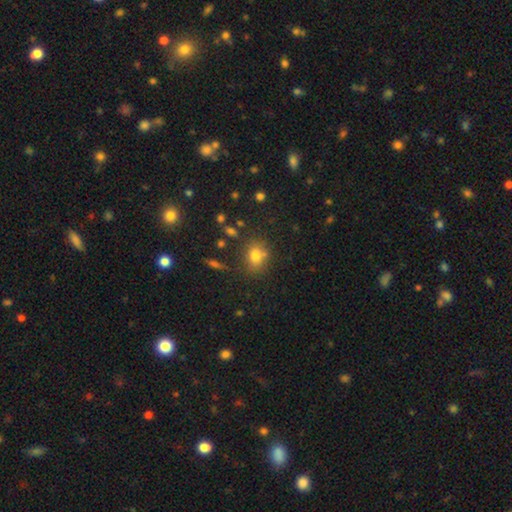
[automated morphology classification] Smooth or featured? smooth (76%)
How rounded? round (53%)
Merging? none (67%)